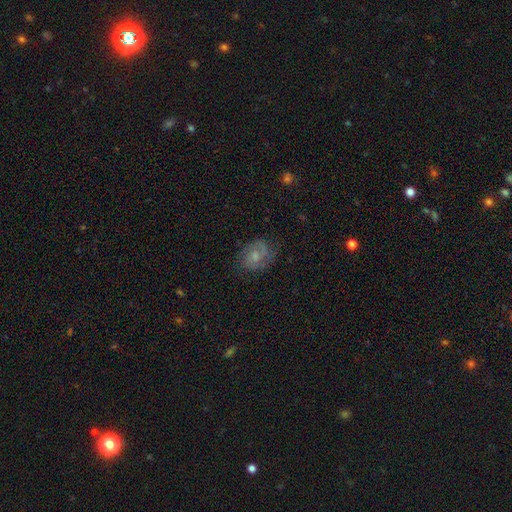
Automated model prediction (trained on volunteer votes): Overall: featured or disk (57%; smooth 34%). Edge-on disk: no (97%). Bar: no (60%; weak 34%). Spiral arms: yes (85%). Bulge size: small (40%; moderate 39%). Merging: none (68%).